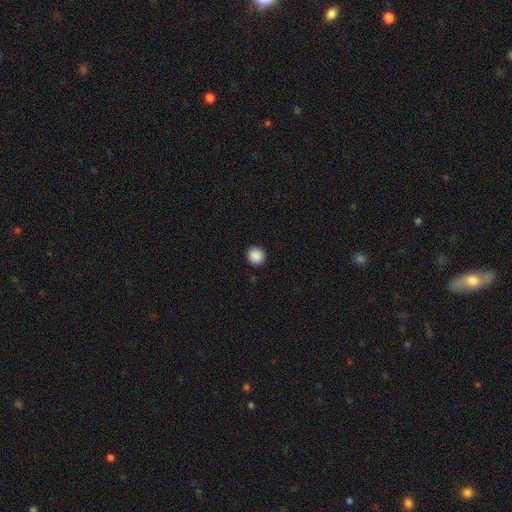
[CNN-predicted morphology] smooth-or-featured: smooth: 89% | star or artifact: 9% | featured or disk: 2%
  how-rounded: round: 94% | in between: 5% | cigar-shaped: 1%
  merging: none: 92% | minor disturbance: 5% | major disturbance: 2% | merger: 1%